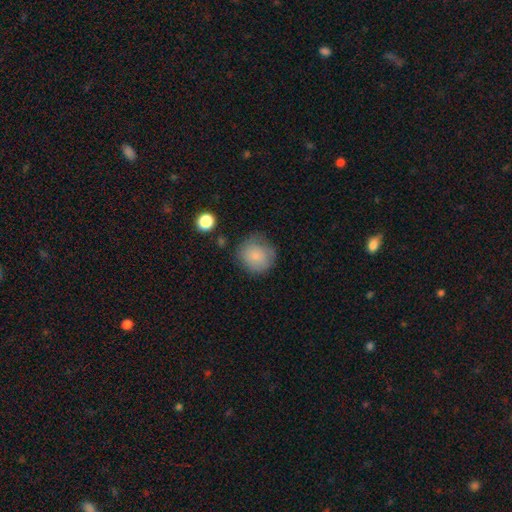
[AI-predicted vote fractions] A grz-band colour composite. It shows a smooth galaxy with no disk features (81%) that is round (90%). Merging: none (67%).